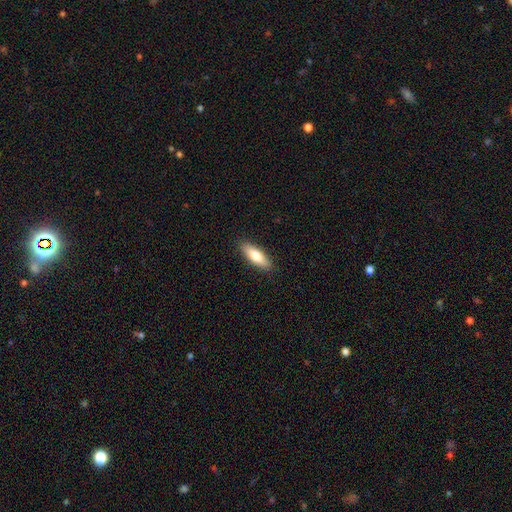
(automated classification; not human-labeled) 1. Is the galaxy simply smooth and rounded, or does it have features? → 75% smooth, 20% featured or disk, 6% star or artifact.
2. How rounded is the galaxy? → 56% in between, 42% cigar-shaped, 2% round.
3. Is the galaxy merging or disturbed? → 89% none, 8% minor disturbance, 2% major disturbance, 1% merger.